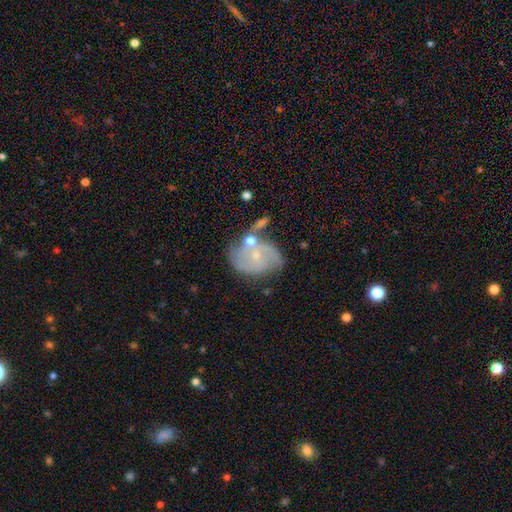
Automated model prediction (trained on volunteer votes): This is likely a featured or disk galaxy (75%). It is clearly not viewed edge-on (98%). Bar: likely no (61%). Spiral arm pattern: clearly yes (88%). Spiral arm count: possibly 2 (59%). Spiral winding: possibly medium (46%). Central bulge: likely small (73%). Merging: possibly none (46%).